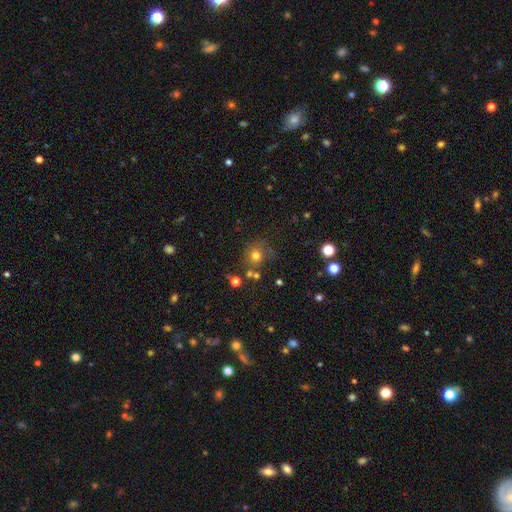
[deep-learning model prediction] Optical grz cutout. It shows a smooth galaxy with no disk features (71%) that is round (85%). Merging: none (69%).